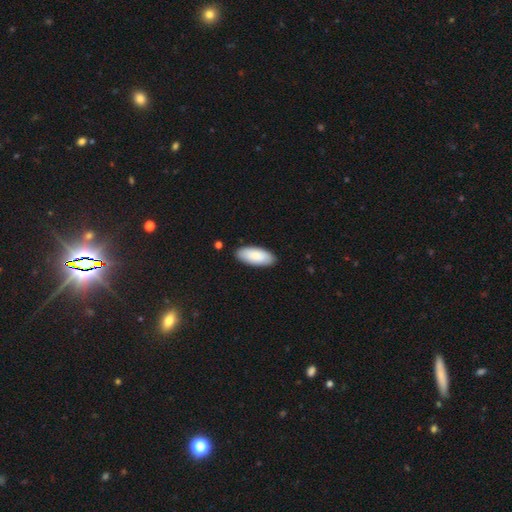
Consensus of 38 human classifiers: Volunteers were most divided on "merging": none: 86%, minor disturbance: 11%, major disturbance: 3%, merger: 0%. More confident: how rounded — in between (91%); smooth or featured — smooth (87%).